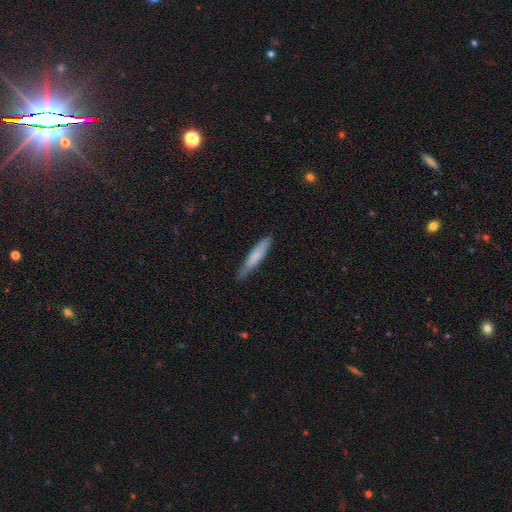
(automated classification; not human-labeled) smooth-or-featured: smooth: 70% | featured or disk: 25% | star or artifact: 5%
  how-rounded: cigar-shaped: 90% | in between: 8% | round: 1%
  merging: none: 82% | minor disturbance: 15% | major disturbance: 2% | merger: 1%